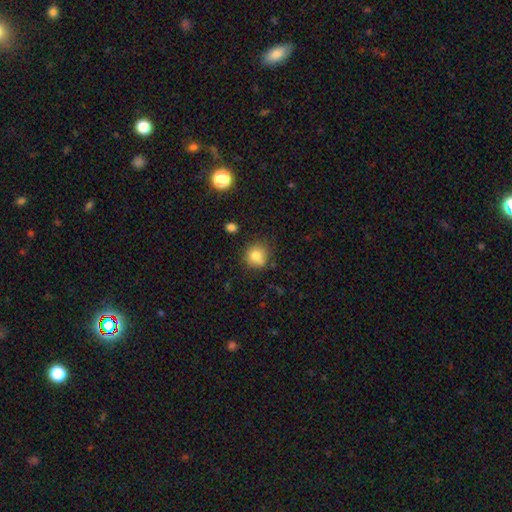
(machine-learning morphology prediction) This is likely a smooth galaxy (79%). How rounded: clearly round (88%). Merging: likely none (72%).